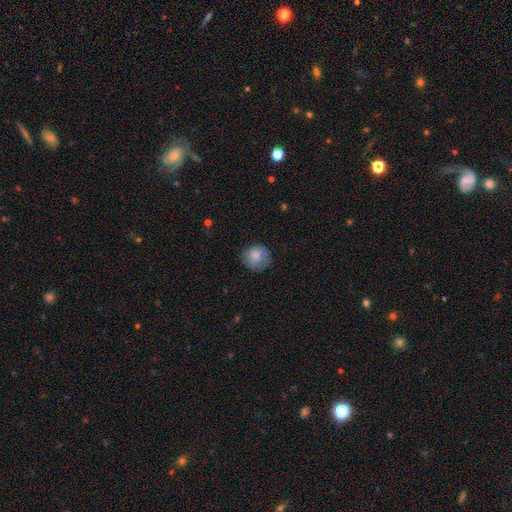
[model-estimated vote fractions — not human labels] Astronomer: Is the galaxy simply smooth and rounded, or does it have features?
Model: smooth — 80%.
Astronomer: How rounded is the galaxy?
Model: round — 79%.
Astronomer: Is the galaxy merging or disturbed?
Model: none — 68%.